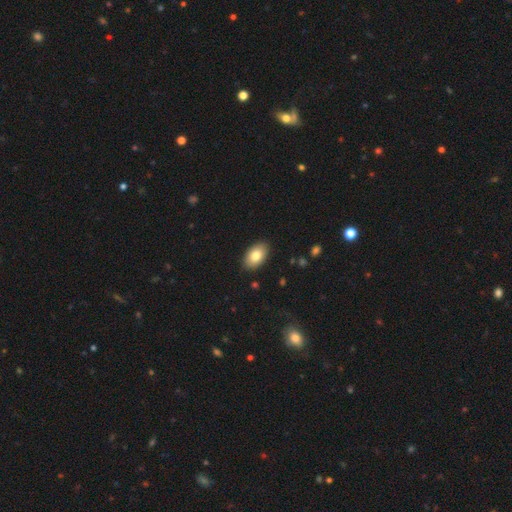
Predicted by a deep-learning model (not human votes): smooth-or-featured: smooth: 81% | featured or disk: 12% | star or artifact: 7%
  how-rounded: in between: 92% | round: 6% | cigar-shaped: 1%
  merging: none: 88% | minor disturbance: 9% | major disturbance: 2% | merger: 1%